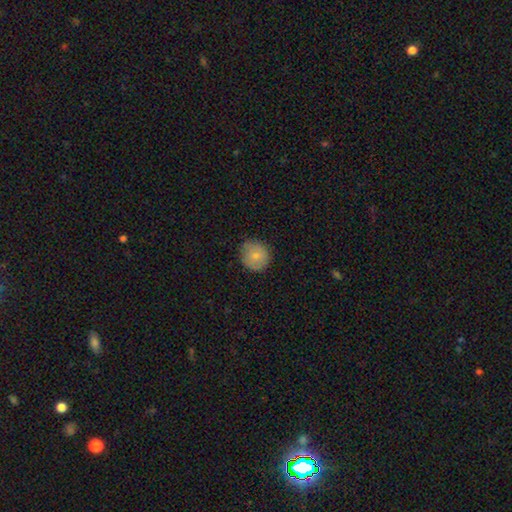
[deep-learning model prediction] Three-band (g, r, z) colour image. It shows a smooth galaxy with no disk features (81%) that is round (90%). Merging: none (80%).